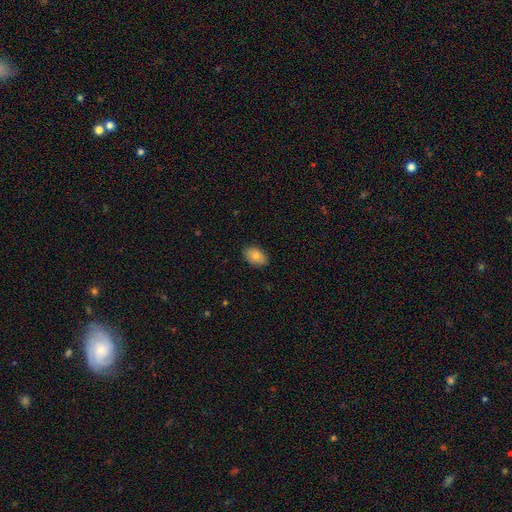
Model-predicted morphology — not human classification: Smooth or featured?
  - smooth: 80% *
  - featured or disk: 13%
  - star or artifact: 7%
How rounded?
  - in between: 89% *
  - round: 10%
  - cigar-shaped: 1%
Merging?
  - none: 87% *
  - minor disturbance: 10%
  - major disturbance: 2%
  - merger: 1%